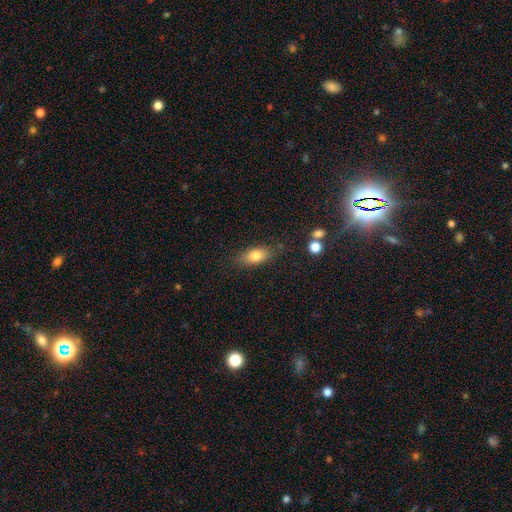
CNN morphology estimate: smooth_or_featured: smooth (p=0.79) [alt: featured or disk p=0.13]
how_rounded: in between (p=0.81) [alt: cigar-shaped p=0.12]
merging: none (p=0.78) [alt: minor disturbance p=0.15]